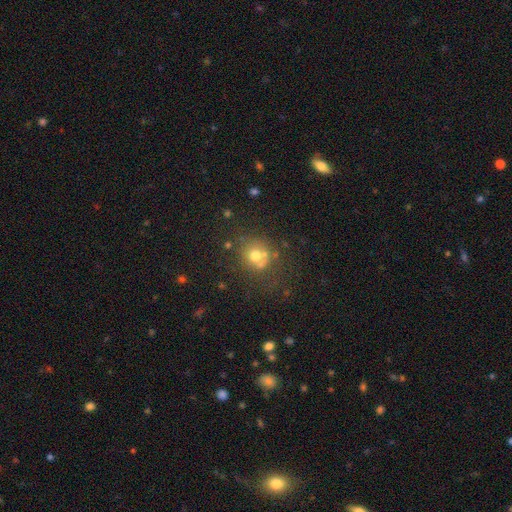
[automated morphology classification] type=smooth (65%); roundness=round (84%); merging=none (56%).